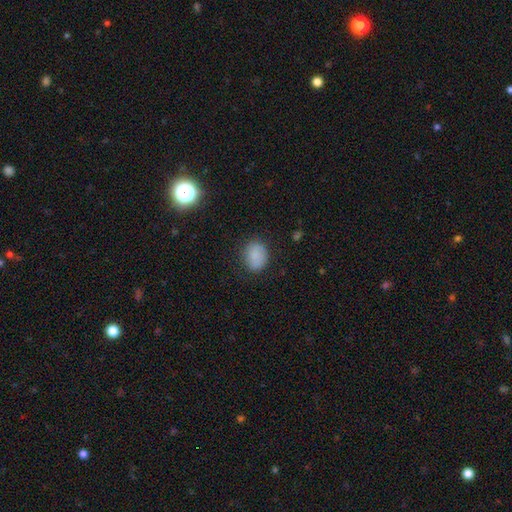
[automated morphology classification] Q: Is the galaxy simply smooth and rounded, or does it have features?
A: smooth — 86%.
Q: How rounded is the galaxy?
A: in between — 61%.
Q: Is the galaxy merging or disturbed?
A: none — 80%.